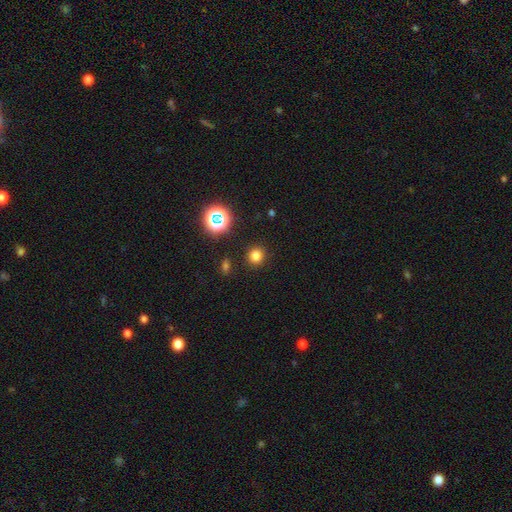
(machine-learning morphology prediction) A smooth galaxy with no disk features (76%) that is round (88%).

Vote fractions:
- Smooth or featured? smooth: 76% / star or artifact: 19% / featured or disk: 5%
- How rounded? round: 88% / in between: 11% / cigar-shaped: 1%
- Merging? none: 89% / minor disturbance: 6% / major disturbance: 3% / merger: 2%